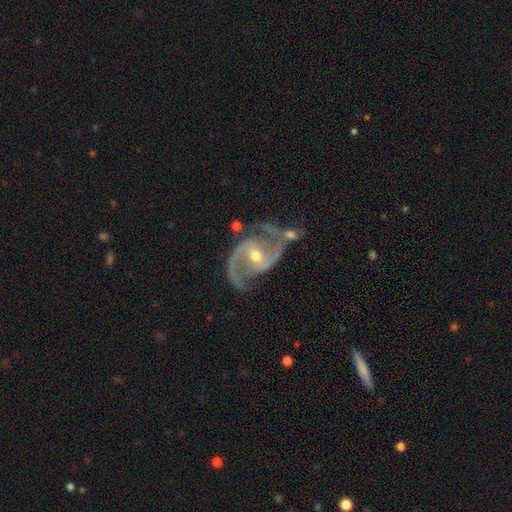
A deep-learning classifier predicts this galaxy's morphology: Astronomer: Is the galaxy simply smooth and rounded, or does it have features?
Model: featured or disk — 92%.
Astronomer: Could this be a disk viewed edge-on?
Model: no — 98%.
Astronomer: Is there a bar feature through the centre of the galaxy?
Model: no — 39% (runner-up: weak, 38%).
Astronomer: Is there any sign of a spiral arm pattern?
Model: yes — 98%.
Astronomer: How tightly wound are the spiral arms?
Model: medium — 60%.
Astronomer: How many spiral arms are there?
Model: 2 — 91%.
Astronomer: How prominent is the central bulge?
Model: moderate — 55% (runner-up: small, 41%).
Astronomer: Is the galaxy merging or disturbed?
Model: none — 59%.